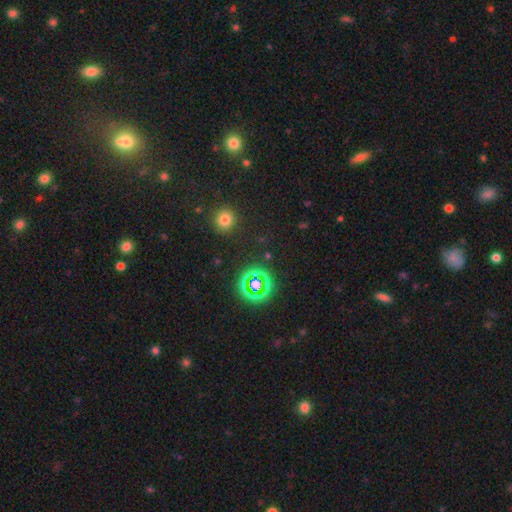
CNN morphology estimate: This is possibly a smooth galaxy (53%). How rounded: clearly round (92%). Merging: clearly none (87%).